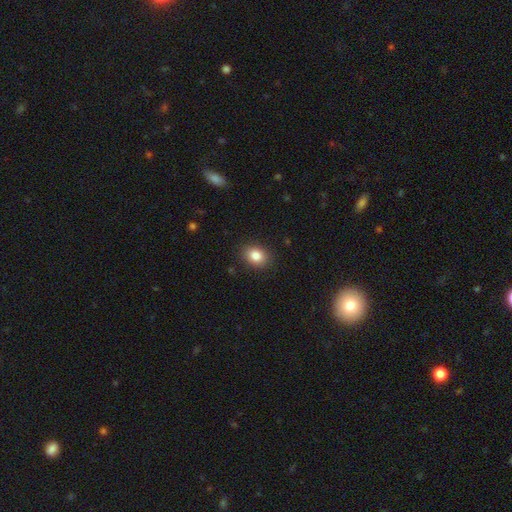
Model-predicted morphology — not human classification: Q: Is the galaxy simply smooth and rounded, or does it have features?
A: smooth — 84%.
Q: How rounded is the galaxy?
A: in between — 58%.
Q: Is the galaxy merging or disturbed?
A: none — 88%.